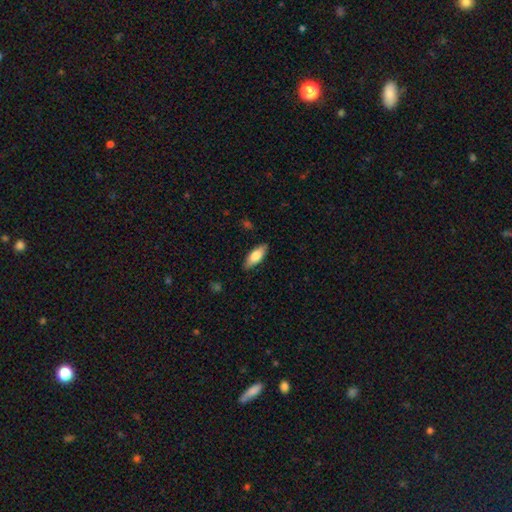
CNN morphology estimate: Q: Smooth or featured?
A: smooth (75%); runner-up: featured or disk (19%)
Q: How rounded?
A: in between (72%); runner-up: cigar-shaped (26%)
Q: Merging?
A: none (87%); runner-up: minor disturbance (10%)